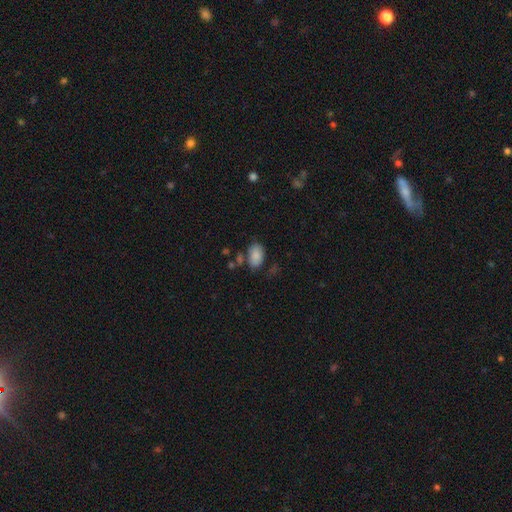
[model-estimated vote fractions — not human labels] The model was most divided on "merging": none: 65%, minor disturbance: 19%, merger: 9%, major disturbance: 6%. More confident: how rounded — in between (91%); smooth or featured — smooth (85%).